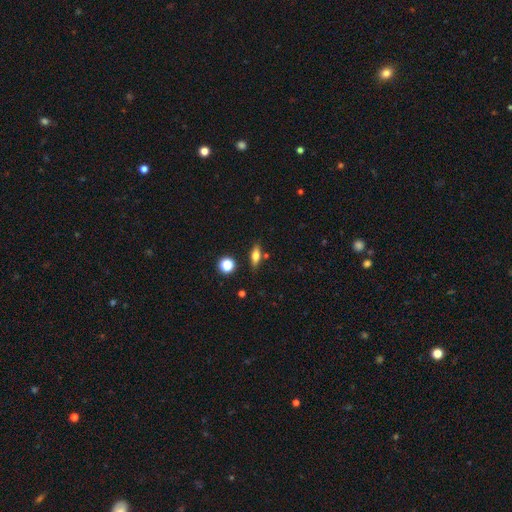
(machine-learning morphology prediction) This is likely a smooth galaxy (62%). How rounded: likely in between (63%). Merging: clearly none (81%).